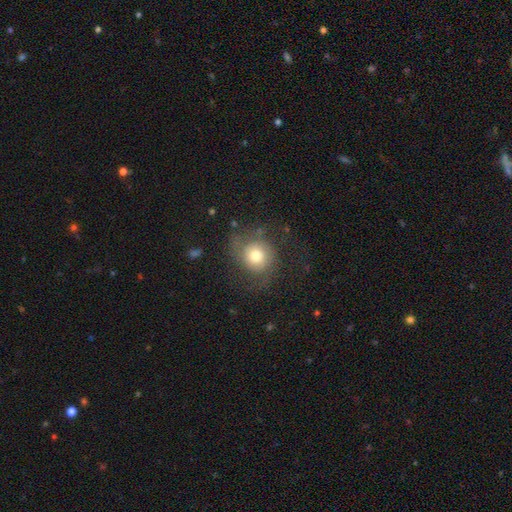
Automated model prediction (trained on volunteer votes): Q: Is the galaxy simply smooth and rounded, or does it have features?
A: smooth — 63%.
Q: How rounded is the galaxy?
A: round — 83%.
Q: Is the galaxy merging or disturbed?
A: none — 57%.